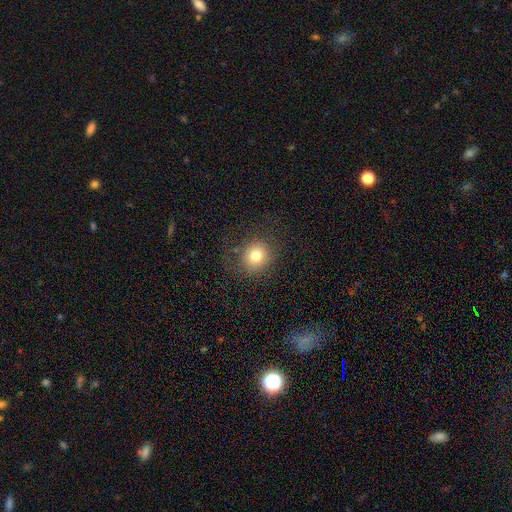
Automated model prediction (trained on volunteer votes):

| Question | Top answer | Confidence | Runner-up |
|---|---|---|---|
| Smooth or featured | smooth | 77% | star or artifact (12%) |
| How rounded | round | 84% | in between (15%) |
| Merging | none | 78% | minor disturbance (12%) |